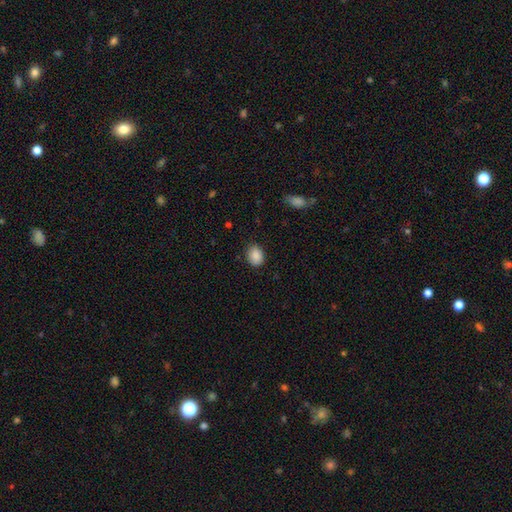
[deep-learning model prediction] Smooth or featured? smooth (89%)
How rounded? in between (60%)
Merging? none (85%)